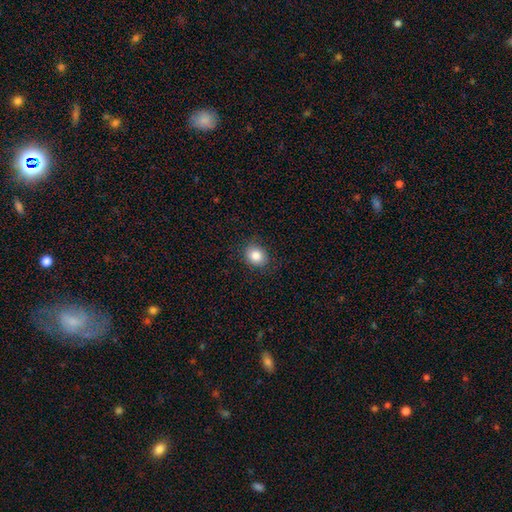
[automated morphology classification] A smooth galaxy with no disk features (84%) that is round (62%). Merging: none (85%).